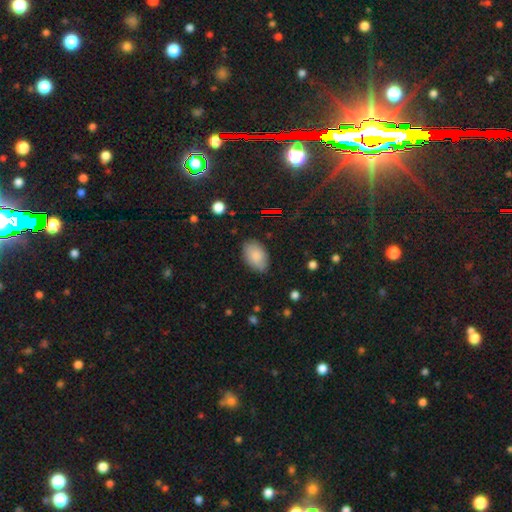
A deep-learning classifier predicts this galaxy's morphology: This appears to be a smooth galaxy with no disk features (83%) that is in between round and cigar-shaped (92%). Merging: none (80%).